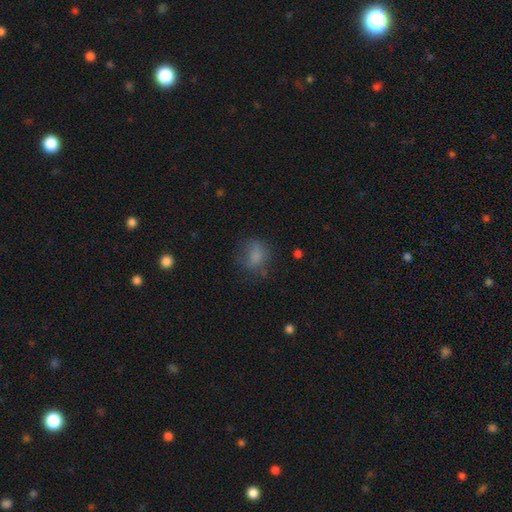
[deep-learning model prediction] smooth-or-featured: smooth: 76% | star or artifact: 13% | featured or disk: 11%
  how-rounded: round: 58% | in between: 41% | cigar-shaped: 1%
  merging: none: 57% | minor disturbance: 25% | major disturbance: 16% | merger: 2%